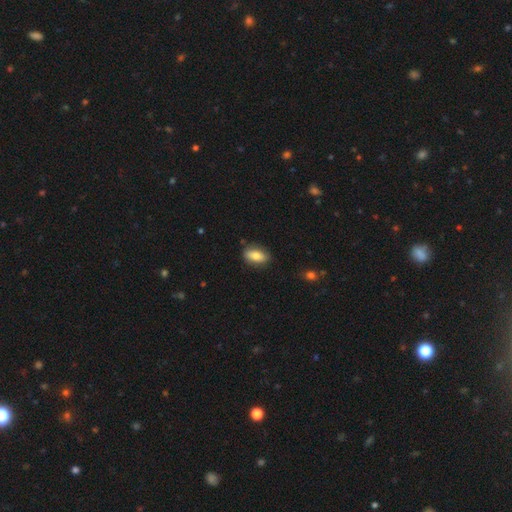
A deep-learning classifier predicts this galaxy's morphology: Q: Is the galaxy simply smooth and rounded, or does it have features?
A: smooth — 79%.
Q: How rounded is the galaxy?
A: in between — 89%.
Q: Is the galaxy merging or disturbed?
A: none — 83%.